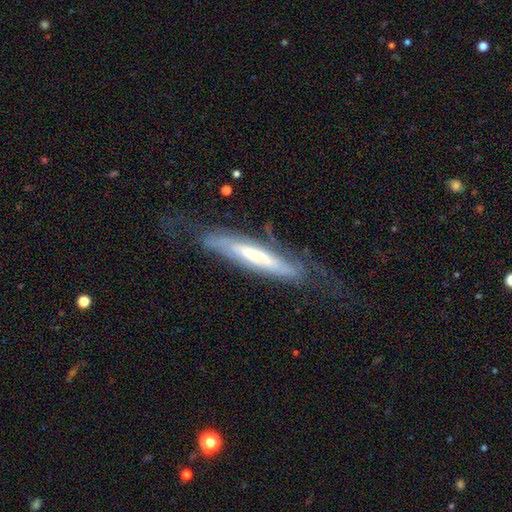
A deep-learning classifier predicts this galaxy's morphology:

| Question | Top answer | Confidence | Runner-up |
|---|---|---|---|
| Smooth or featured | featured or disk | 69% | smooth (24%) |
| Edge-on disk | yes | 57% | no (43%) |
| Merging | none | 59% | minor disturbance (23%) |